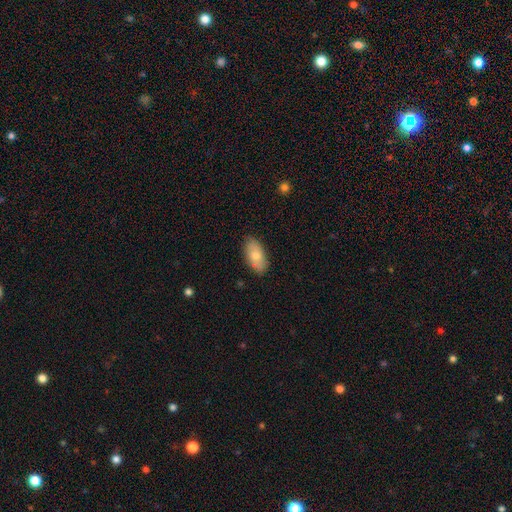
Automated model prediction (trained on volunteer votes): This appears to be a smooth galaxy with no disk features (77%) that is in between round and cigar-shaped (92%). Merging: none (80%).